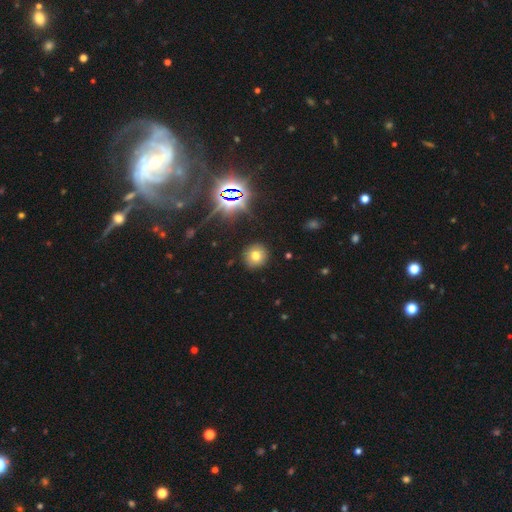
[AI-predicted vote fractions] Smooth or featured: smooth — 69% (star or artifact — 20%)
How rounded: round — 93% (in between — 6%)
Merging: none — 91% (minor disturbance — 6%)